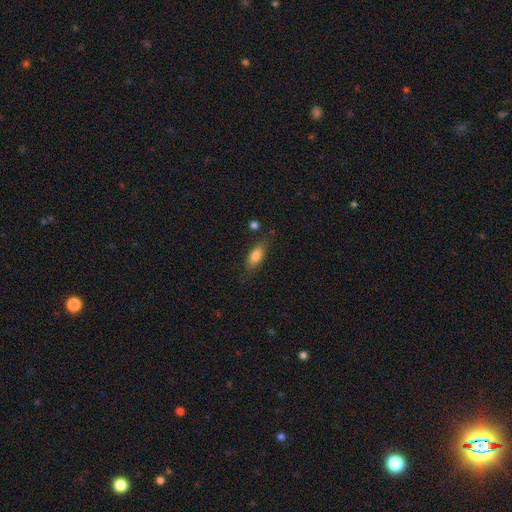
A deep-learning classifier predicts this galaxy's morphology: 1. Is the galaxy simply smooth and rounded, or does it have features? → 80% smooth, 13% featured or disk, 7% star or artifact.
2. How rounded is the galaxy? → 77% in between, 20% cigar-shaped, 3% round.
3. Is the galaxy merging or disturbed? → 76% none, 17% minor disturbance, 4% major disturbance, 3% merger.